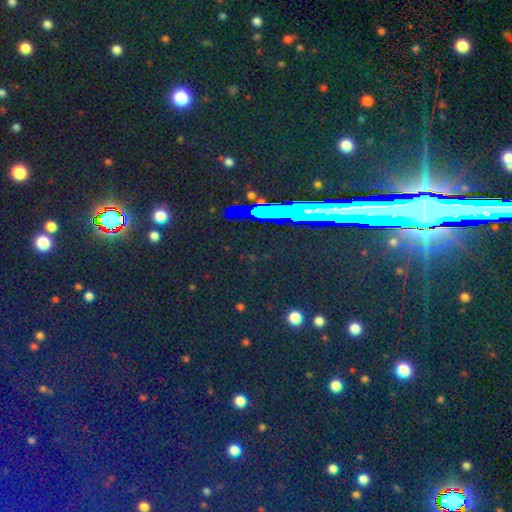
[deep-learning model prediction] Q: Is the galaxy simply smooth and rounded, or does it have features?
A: star or artifact — 81%.